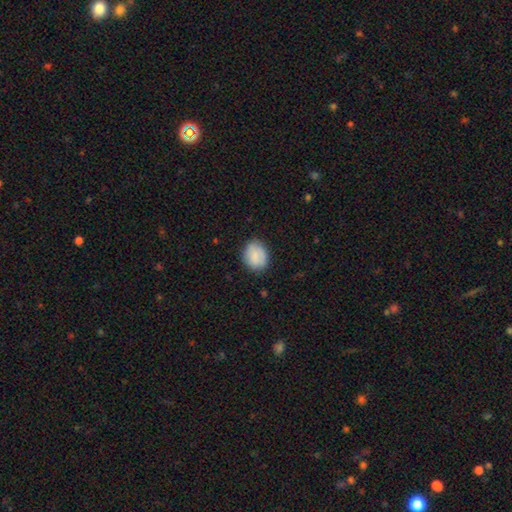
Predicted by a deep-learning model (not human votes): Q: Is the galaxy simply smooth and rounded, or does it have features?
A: smooth — 85%.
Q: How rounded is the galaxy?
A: round — 56%.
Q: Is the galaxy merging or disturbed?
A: none — 78%.